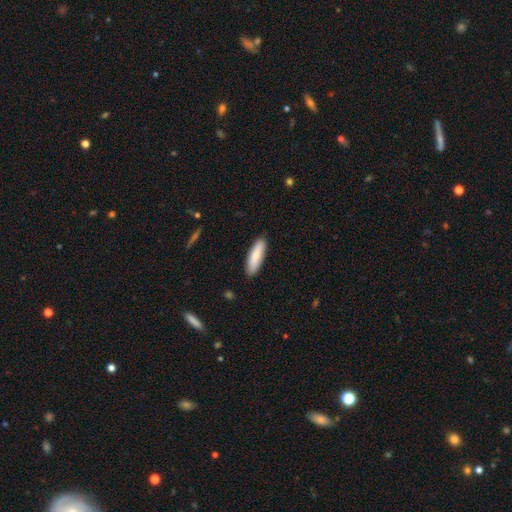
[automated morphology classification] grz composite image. It shows a smooth galaxy with no disk features (81%) that is cigar-shaped (63%). Merging: none (88%).